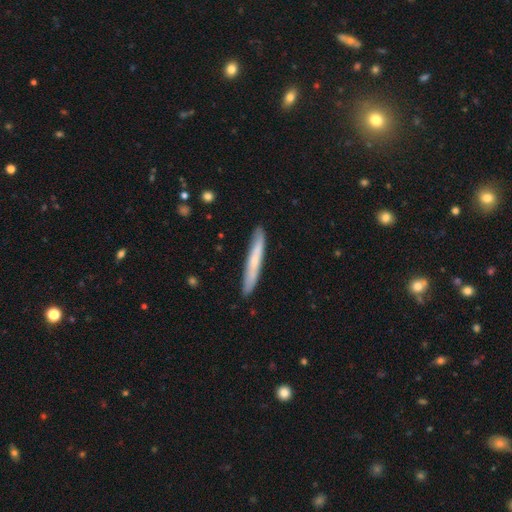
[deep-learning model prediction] Overall: smooth (51%; featured or disk 41%). How rounded: cigar-shaped (95%). Merging: none (88%).